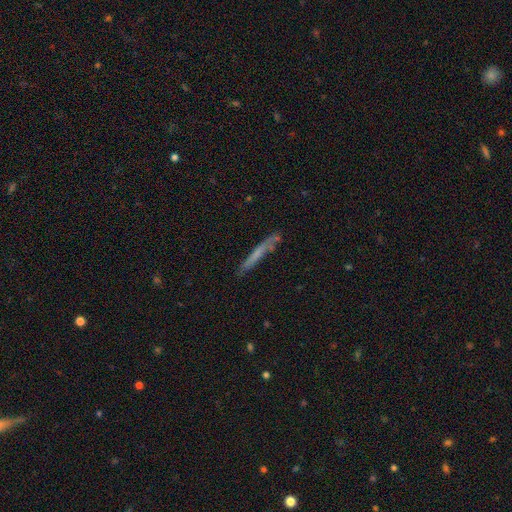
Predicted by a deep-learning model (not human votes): A smooth galaxy with no disk features (55%) that is cigar-shaped (95%). Merging: none (75%).